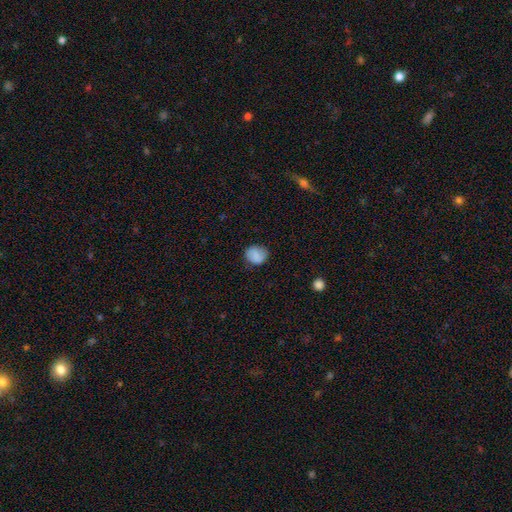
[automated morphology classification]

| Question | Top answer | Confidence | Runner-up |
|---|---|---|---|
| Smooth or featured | smooth | 80% | featured or disk (12%) |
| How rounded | round | 76% | in between (23%) |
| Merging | none | 79% | minor disturbance (16%) |